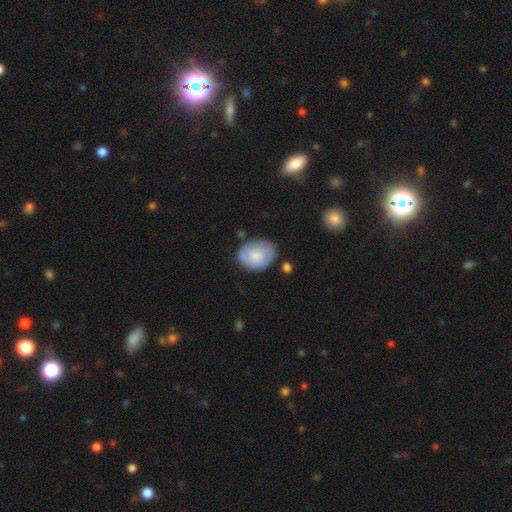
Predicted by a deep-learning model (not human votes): Smooth or featured?
  - smooth: 71% *
  - featured or disk: 23%
  - star or artifact: 6%
How rounded?
  - in between: 61% *
  - round: 38%
  - cigar-shaped: 1%
Merging?
  - none: 71% *
  - minor disturbance: 20%
  - merger: 5%
  - major disturbance: 4%